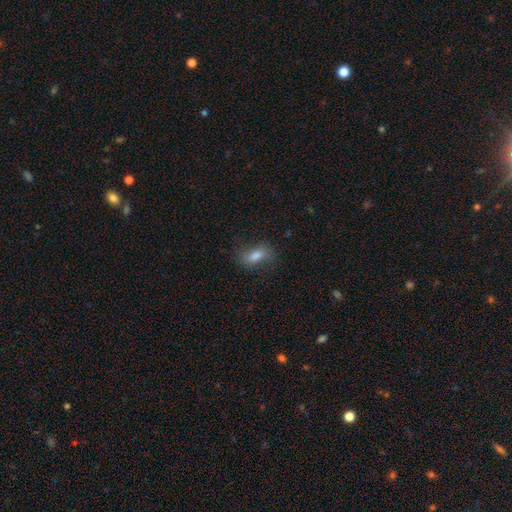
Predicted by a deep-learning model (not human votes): Smooth or featured? smooth (70%)
How rounded? in between (82%)
Merging? none (73%)